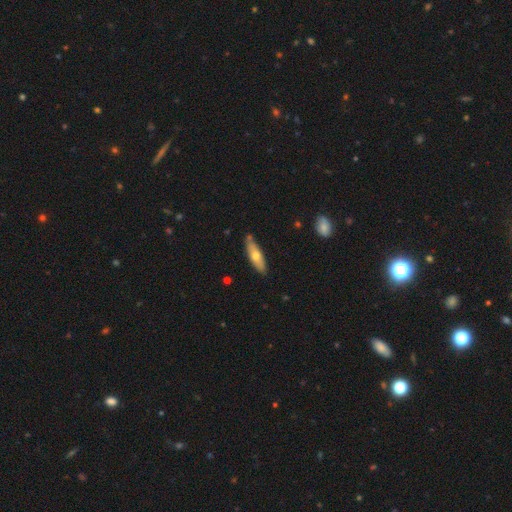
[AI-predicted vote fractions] Overall: smooth (57%; featured or disk 38%). How rounded: cigar-shaped (56%; in between 42%). Merging: none (79%).